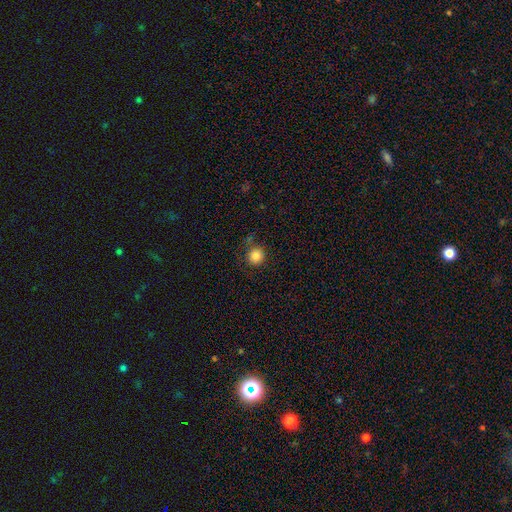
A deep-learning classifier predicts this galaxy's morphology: Smooth or featured? Predicted: smooth (p=0.84). How rounded? Predicted: round (p=0.93). Merging? Predicted: none (p=0.81).